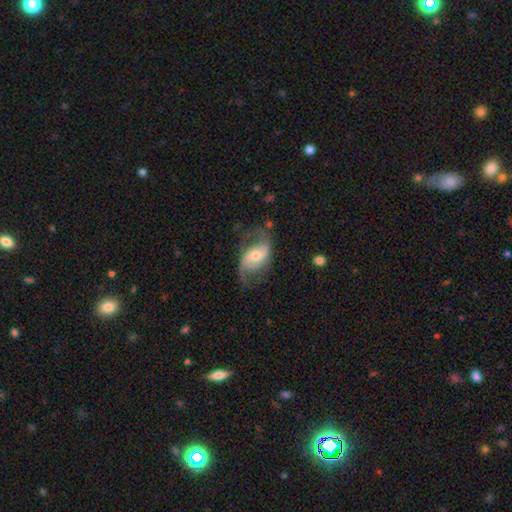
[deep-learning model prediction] Smooth or featured? Predicted: featured or disk (p=0.81). Edge-on disk? Predicted: no (p=0.96). Bar? Predicted: weak (p=0.42). Spiral arms? Predicted: yes (p=0.93). Spiral winding? Predicted: loose (p=0.49). Spiral arm count? Predicted: 2 (p=0.87). Bulge size? Predicted: moderate (p=0.56). Merging? Predicted: none (p=0.62).